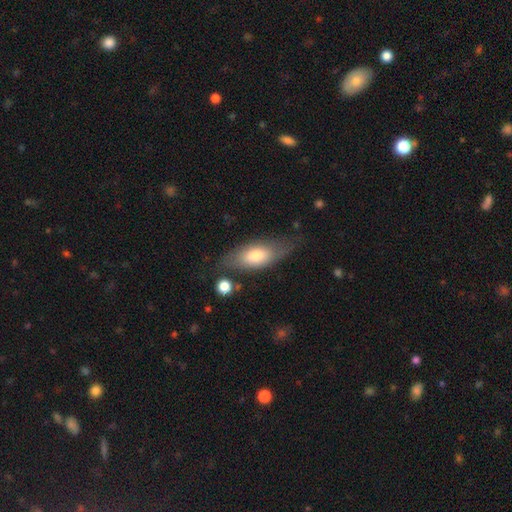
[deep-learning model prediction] smooth_or_featured: smooth (p=0.69) [alt: featured or disk p=0.25]
how_rounded: in between (p=0.79) [alt: cigar-shaped p=0.18]
merging: none (p=0.64) [alt: minor disturbance p=0.22]